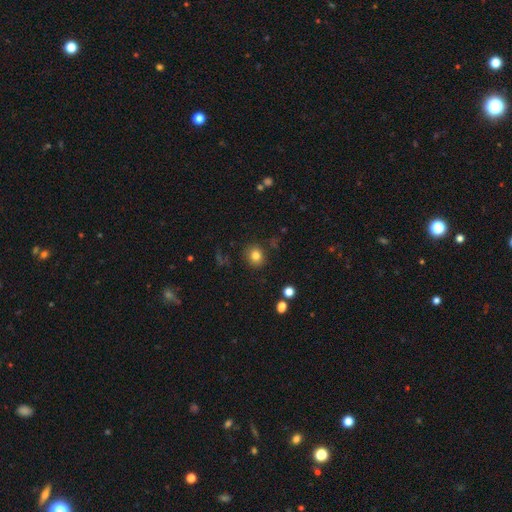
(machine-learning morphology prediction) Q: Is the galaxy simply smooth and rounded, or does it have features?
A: smooth — 81%.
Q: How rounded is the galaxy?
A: round — 78%.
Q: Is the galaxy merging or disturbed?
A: none — 87%.